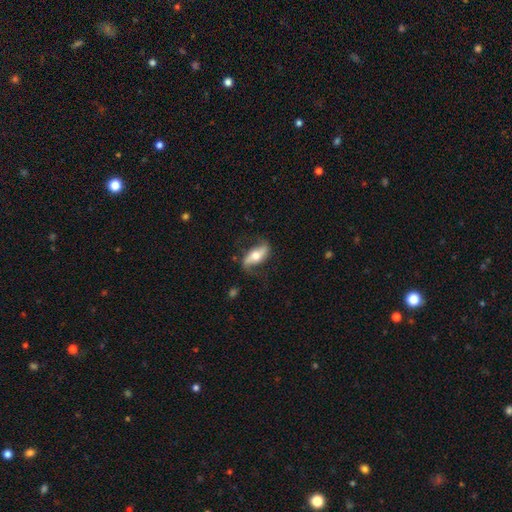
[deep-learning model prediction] smooth-or-featured: featured or disk: 62% | smooth: 32% | star or artifact: 6%
  disk-edge-on: no: 78% | yes: 22%
  merging: none: 70% | minor disturbance: 19% | major disturbance: 9% | merger: 2%